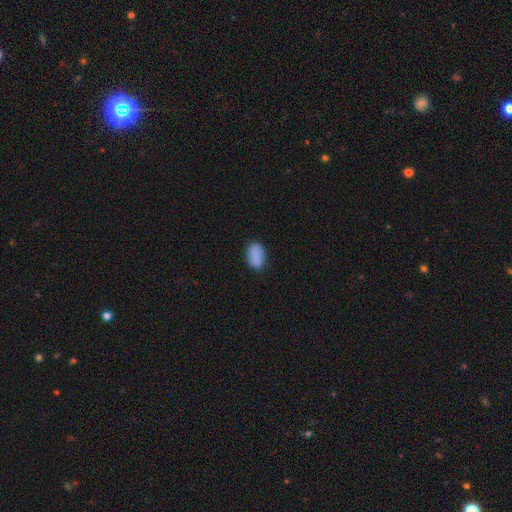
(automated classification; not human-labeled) A smooth galaxy with no disk features (88%) that is in between round and cigar-shaped (91%). Merging: none (82%).